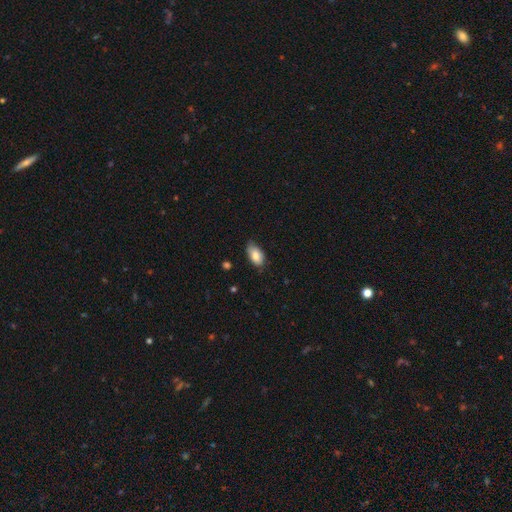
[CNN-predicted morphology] smooth 82%, featured or disk 11%, star or artifact 7%. Down the decision tree: how rounded — in between (94%); merging — none (71%).